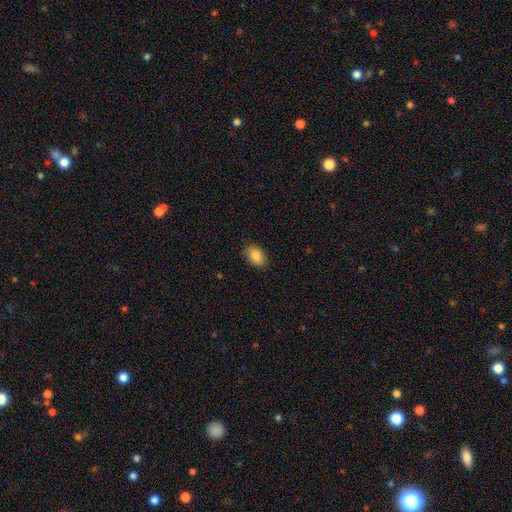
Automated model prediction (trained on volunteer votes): Smooth or featured?
  - smooth: 87% *
  - star or artifact: 7%
  - featured or disk: 6%
How rounded?
  - in between: 84% *
  - round: 14%
  - cigar-shaped: 1%
Merging?
  - none: 84% *
  - minor disturbance: 12%
  - major disturbance: 3%
  - merger: 1%